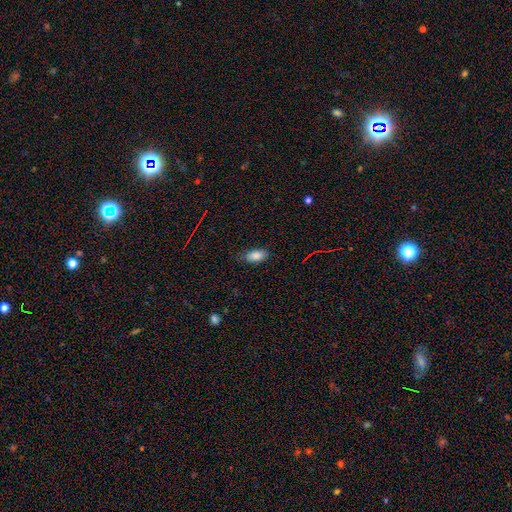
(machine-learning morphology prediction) A smooth galaxy with no disk features (85%) that is in between round and cigar-shaped (91%).

Vote fractions:
- Smooth or featured? smooth: 85% / star or artifact: 9% / featured or disk: 6%
- How rounded? in between: 91% / cigar-shaped: 5% / round: 4%
- Merging? none: 78% / minor disturbance: 18% / major disturbance: 3% / merger: 1%